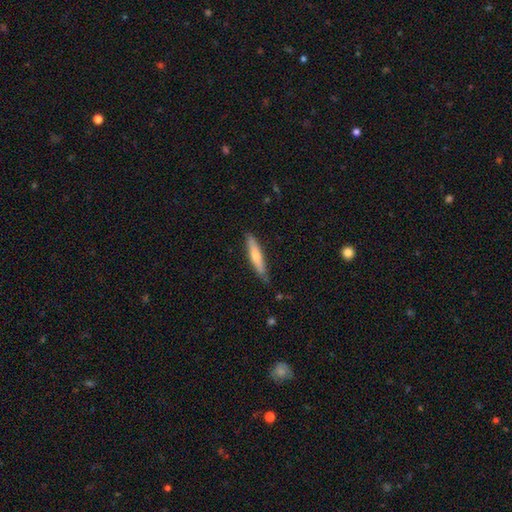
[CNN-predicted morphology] Smooth or featured? smooth (49%)
Merging? none (85%)